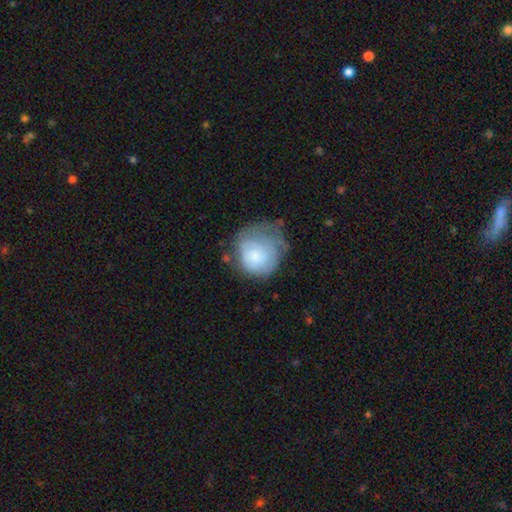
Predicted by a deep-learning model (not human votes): A smooth galaxy with no disk features (60%) that is round (76%). Merging: none (33%, tied with minor disturbance).